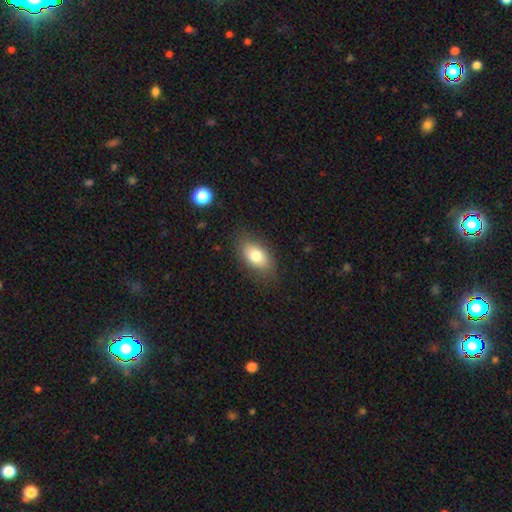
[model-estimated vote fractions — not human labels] This is likely a smooth galaxy (77%). How rounded: clearly in between (90%). Merging: clearly none (80%).